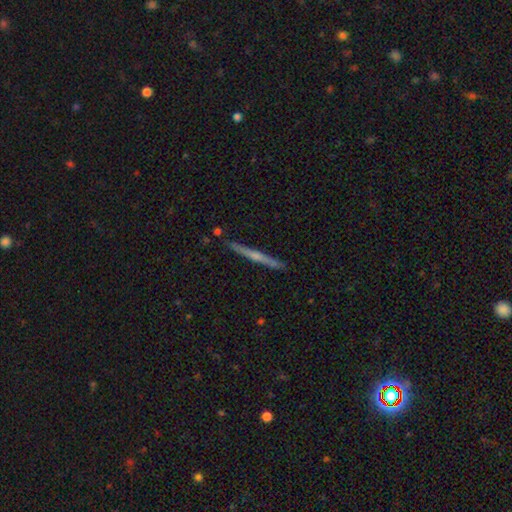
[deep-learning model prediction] A featured or disk galaxy (67%) viewed edge-on (98%) with a rounded central bulge (62%). Merging: none (90%).